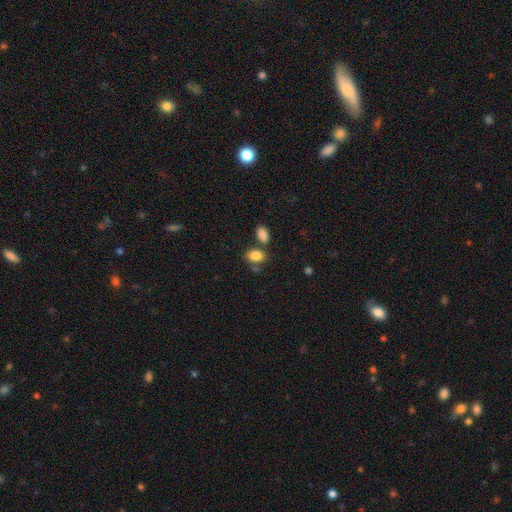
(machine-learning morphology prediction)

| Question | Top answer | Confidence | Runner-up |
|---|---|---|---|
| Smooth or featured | smooth | 86% | star or artifact (9%) |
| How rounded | in between | 87% | round (12%) |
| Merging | none | 59% | merger (24%) |